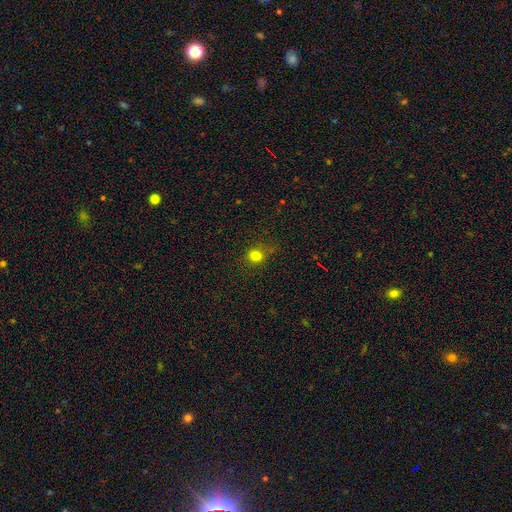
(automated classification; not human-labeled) smooth 77%, star or artifact 17%, featured or disk 6%. Down the decision tree: how rounded — round (82%); merging — none (78%).